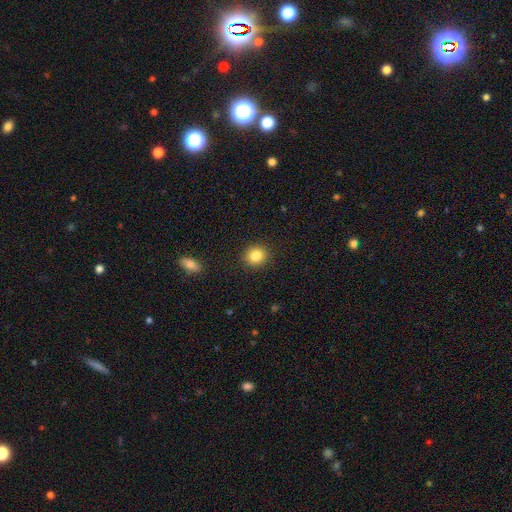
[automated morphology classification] A smooth galaxy with no disk features (84%) that is round (83%).

Vote fractions:
- Smooth or featured? smooth: 84% / star or artifact: 10% / featured or disk: 6%
- How rounded? round: 83% / in between: 16% / cigar-shaped: 1%
- Merging? none: 91% / minor disturbance: 6% / major disturbance: 2% / merger: 1%